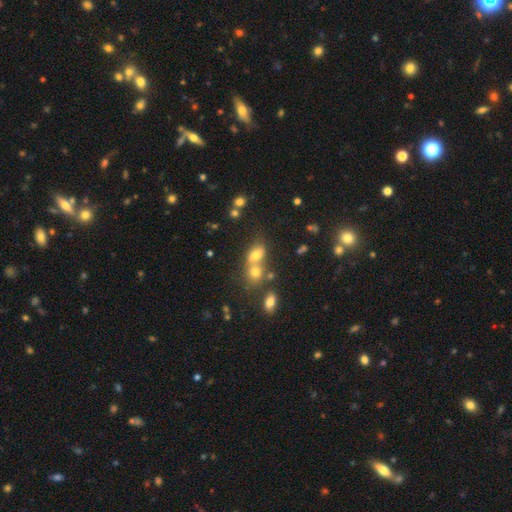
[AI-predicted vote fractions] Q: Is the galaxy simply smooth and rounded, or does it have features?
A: smooth — 66%.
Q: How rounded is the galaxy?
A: in between — 64%.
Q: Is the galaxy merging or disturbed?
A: merger — 58%.